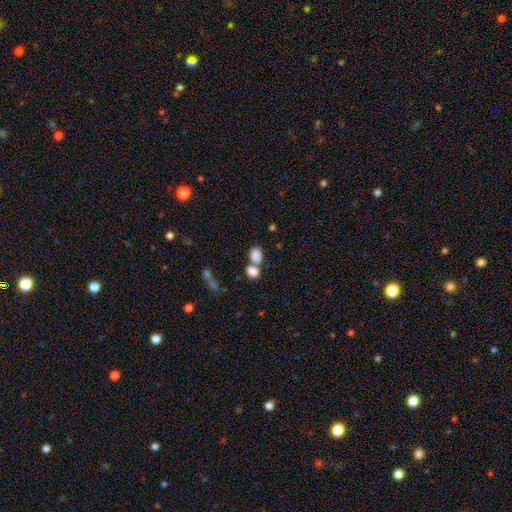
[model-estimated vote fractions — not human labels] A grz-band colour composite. It shows a smooth galaxy with no disk features (83%) that is in between round and cigar-shaped (69%). Merging: merger (49%).